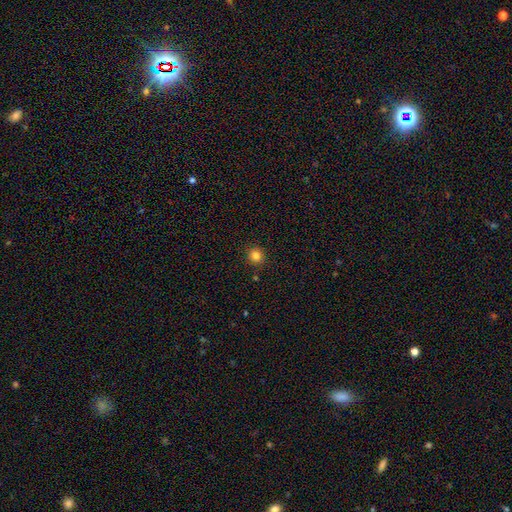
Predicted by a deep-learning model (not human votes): smooth 82%, star or artifact 13%, featured or disk 5%. Down the decision tree: how rounded — round (92%); merging — none (91%).